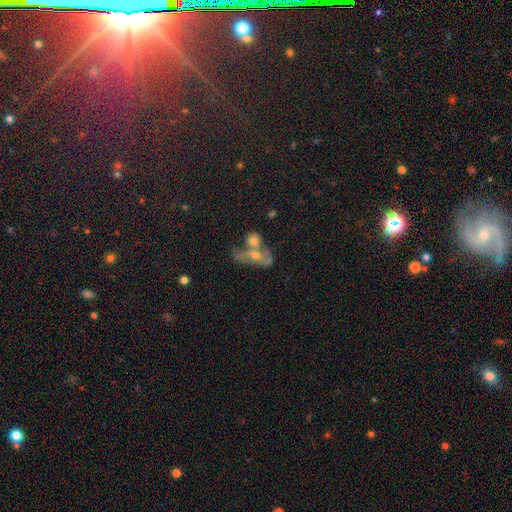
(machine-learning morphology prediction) featured or disk 39%, smooth 36%, star or artifact 25%. Down the decision tree: merging — merger (47%).